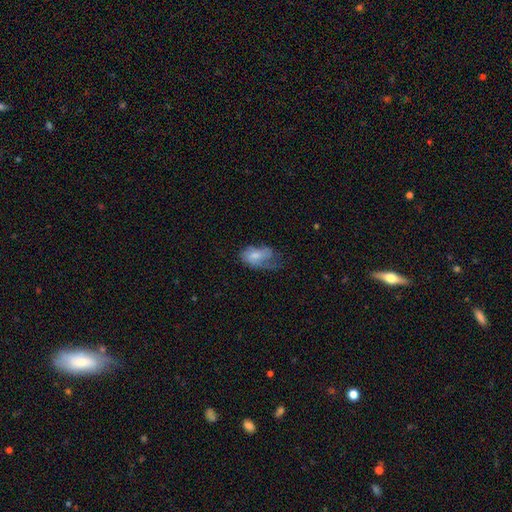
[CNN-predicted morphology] This is possibly a smooth galaxy (56%). How rounded: clearly in between (91%). Merging: marginally major disturbance (37%).